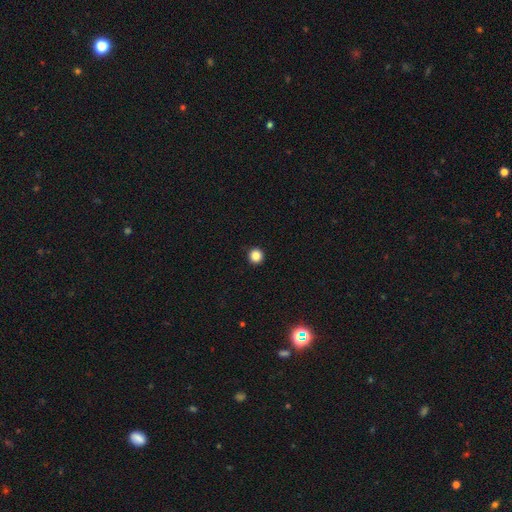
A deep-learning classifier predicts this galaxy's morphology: This appears to be a smooth galaxy with no disk features (85%) that is round (96%). Merging: none (94%).